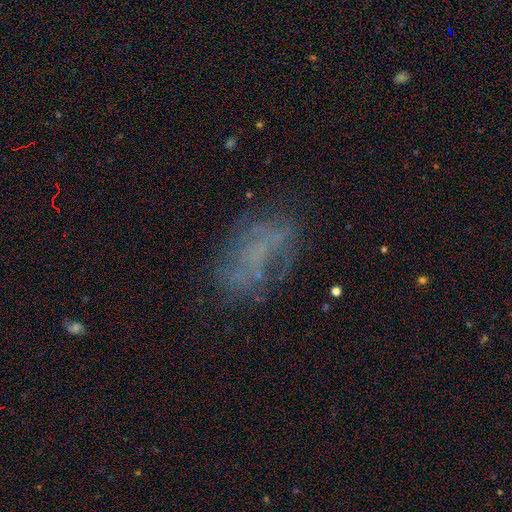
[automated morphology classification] A featured or disk galaxy (48%).

Vote fractions:
- Smooth or featured? featured or disk: 48% / smooth: 32% / star or artifact: 21%
- Merging? none: 62% / minor disturbance: 18% / major disturbance: 17% / merger: 3%